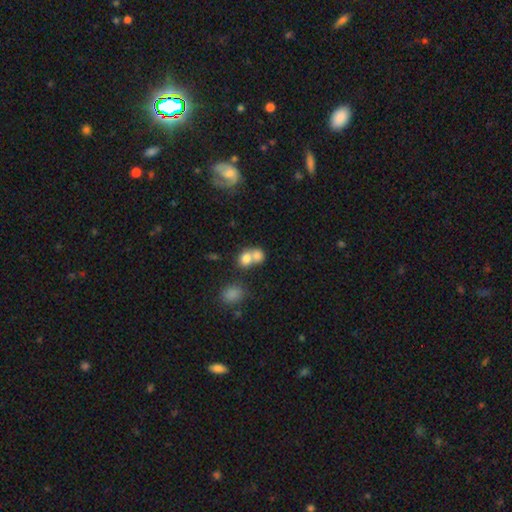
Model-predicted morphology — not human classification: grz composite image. It shows a smooth galaxy with no disk features (74%) that is round (63%). Merging: merger (67%).